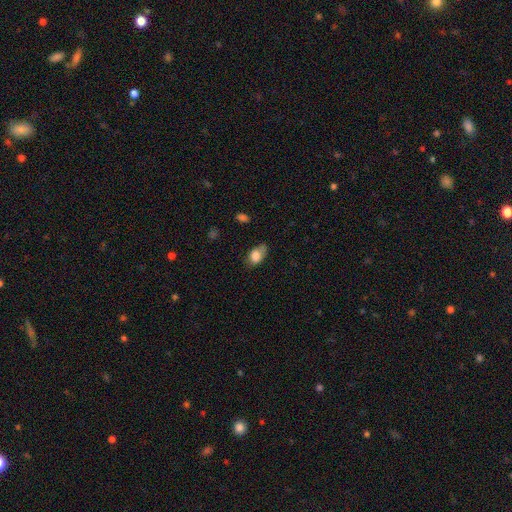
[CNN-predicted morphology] Q: Smooth or featured?
A: smooth (80%); runner-up: featured or disk (12%)
Q: How rounded?
A: in between (86%); runner-up: round (12%)
Q: Merging?
A: none (46%); runner-up: minor disturbance (37%)